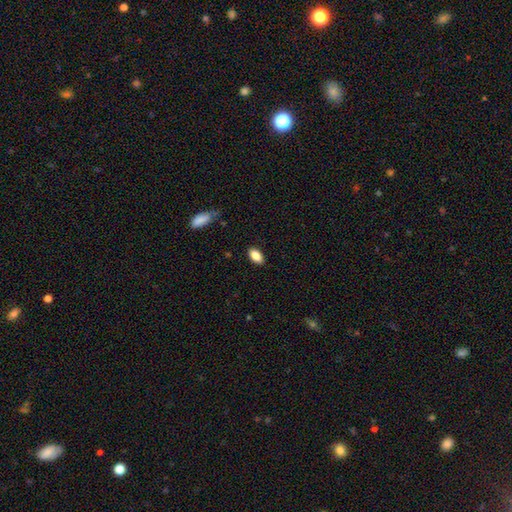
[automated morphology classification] The model was most divided on "merging": none: 87%, minor disturbance: 10%, major disturbance: 2%, merger: 1%. More confident: how rounded — in between (92%); smooth or featured — smooth (87%).